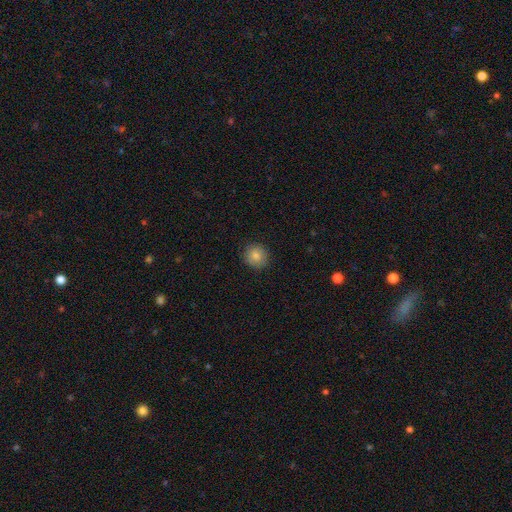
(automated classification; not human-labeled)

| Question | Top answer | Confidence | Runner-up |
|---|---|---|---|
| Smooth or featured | smooth | 83% | star or artifact (10%) |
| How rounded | round | 91% | in between (8%) |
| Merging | none | 89% | minor disturbance (8%) |